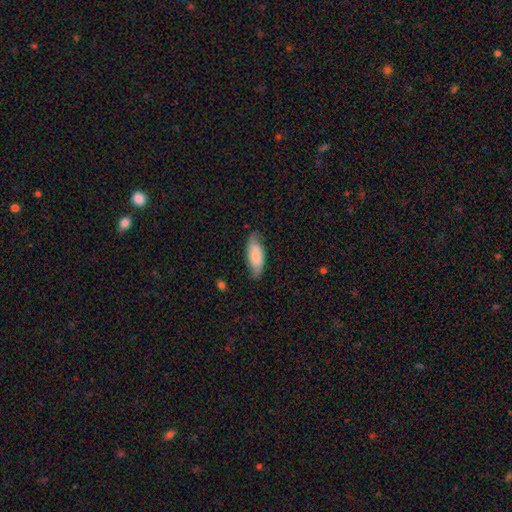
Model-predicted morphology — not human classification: Overall: smooth (74%). How rounded: in between (77%). Merging: none (76%).